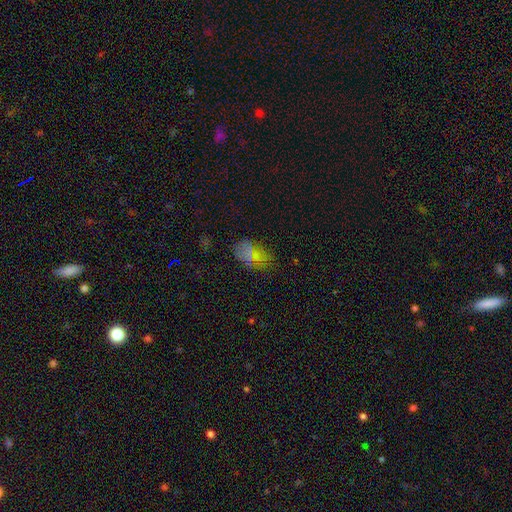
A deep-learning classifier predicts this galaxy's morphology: This is likely a smooth galaxy (63%). How rounded: clearly in between (91%). Merging: likely none (69%).